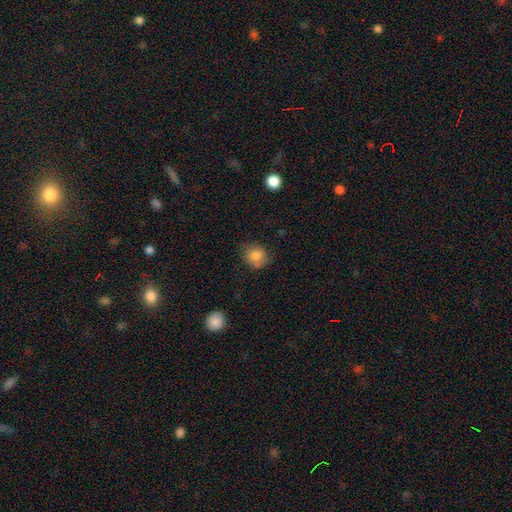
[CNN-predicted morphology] The model was most divided on "how rounded": round: 69%, in between: 30%, cigar-shaped: 1%. More confident: smooth or featured — smooth (81%); merging — none (71%).